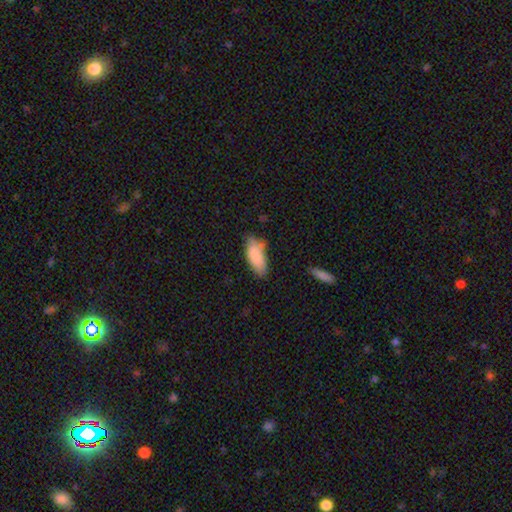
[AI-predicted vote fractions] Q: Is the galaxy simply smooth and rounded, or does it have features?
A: smooth — 84%.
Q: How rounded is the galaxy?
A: in between — 85%.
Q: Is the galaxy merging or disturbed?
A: none — 57%.